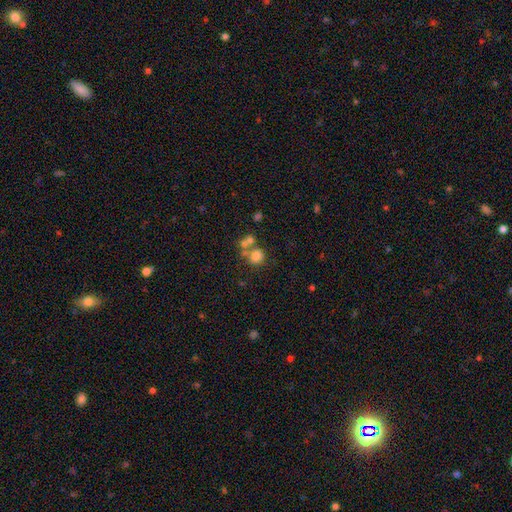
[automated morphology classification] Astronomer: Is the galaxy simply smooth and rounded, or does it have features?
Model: smooth — 71%.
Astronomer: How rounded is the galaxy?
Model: round — 83%.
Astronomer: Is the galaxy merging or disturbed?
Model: none — 49% (runner-up: merger, 37%).